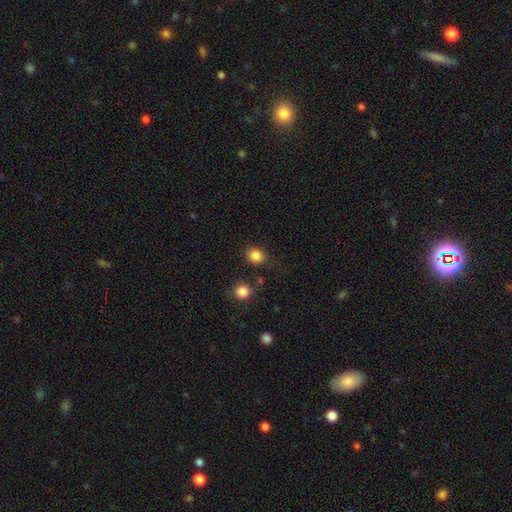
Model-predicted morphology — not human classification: smooth-or-featured: smooth: 85% | star or artifact: 11% | featured or disk: 4%
  how-rounded: round: 78% | in between: 21% | cigar-shaped: 1%
  merging: none: 80% | minor disturbance: 11% | merger: 5% | major disturbance: 4%